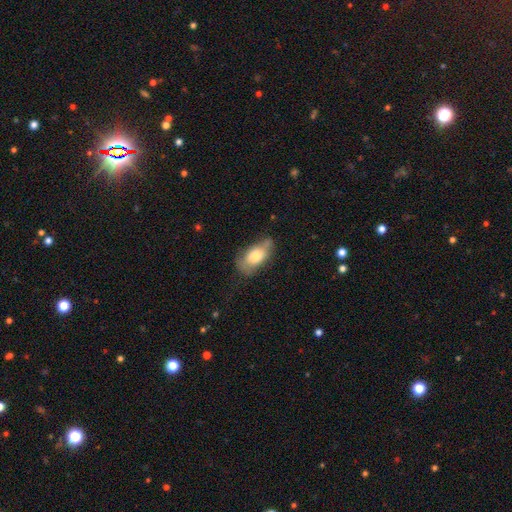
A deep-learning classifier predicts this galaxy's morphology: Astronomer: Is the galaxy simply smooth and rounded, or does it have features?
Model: smooth — 68%.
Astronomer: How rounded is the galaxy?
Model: in between — 89%.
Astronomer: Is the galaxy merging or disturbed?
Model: none — 53% (runner-up: minor disturbance, 33%).